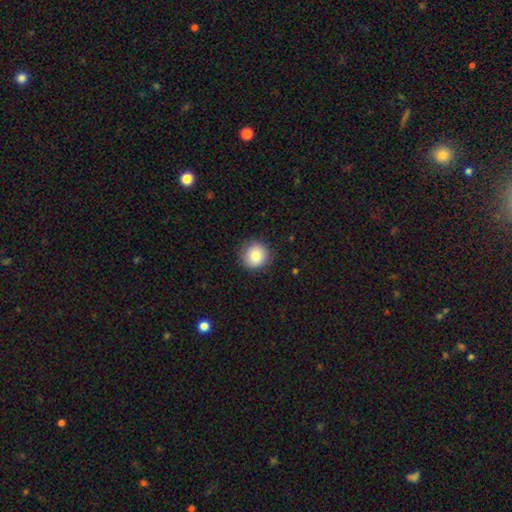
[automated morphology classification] The model was most divided on "smooth or featured": smooth: 83%, star or artifact: 9%, featured or disk: 8%. More confident: how rounded — round (93%); merging — none (88%).